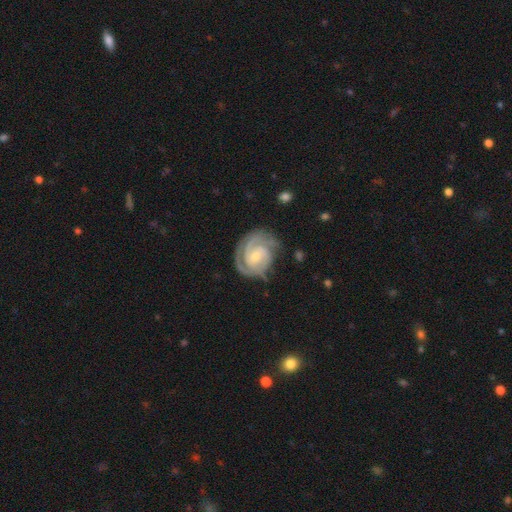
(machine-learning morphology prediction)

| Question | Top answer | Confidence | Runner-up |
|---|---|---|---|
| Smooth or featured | featured or disk | 90% | smooth (6%) |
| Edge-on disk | no | 98% | yes (2%) |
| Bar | no | 55% | weak (36%) |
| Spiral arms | yes | 98% | no (2%) |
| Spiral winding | tight | 71% | medium (25%) |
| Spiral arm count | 2 | 65% | 3 (18%) |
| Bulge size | small | 51% | moderate (41%) |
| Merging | none | 71% | minor disturbance (20%) |